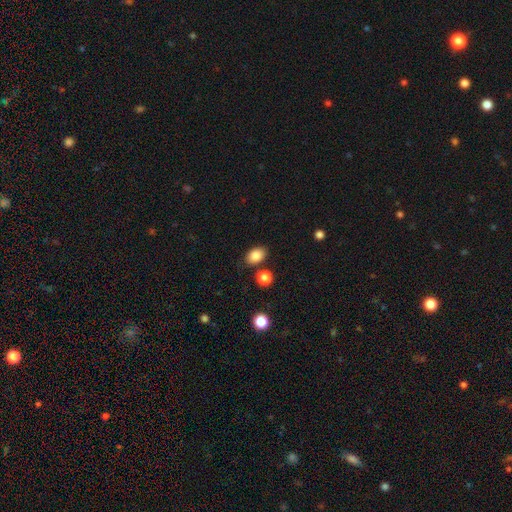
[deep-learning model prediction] Smooth or featured?
  - smooth: 85% *
  - star or artifact: 9%
  - featured or disk: 6%
How rounded?
  - in between: 82% *
  - round: 17%
  - cigar-shaped: 1%
Merging?
  - none: 81% *
  - minor disturbance: 11%
  - merger: 5%
  - major disturbance: 3%